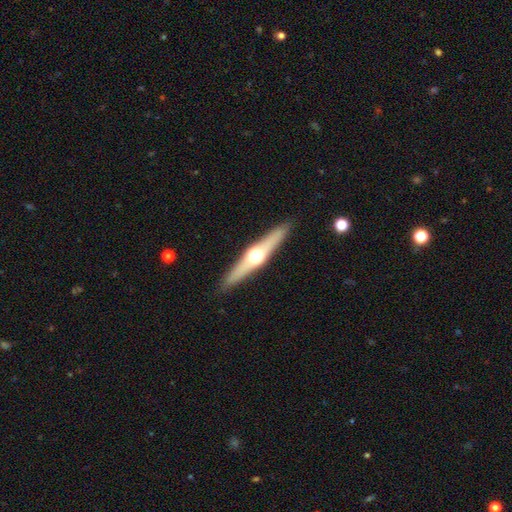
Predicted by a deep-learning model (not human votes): The model was most divided on "smooth or featured": featured or disk: 71%, smooth: 24%, star or artifact: 5%. More confident: edge-on disk — yes (97%); edge-on bulge — rounded (95%); merging — none (91%).